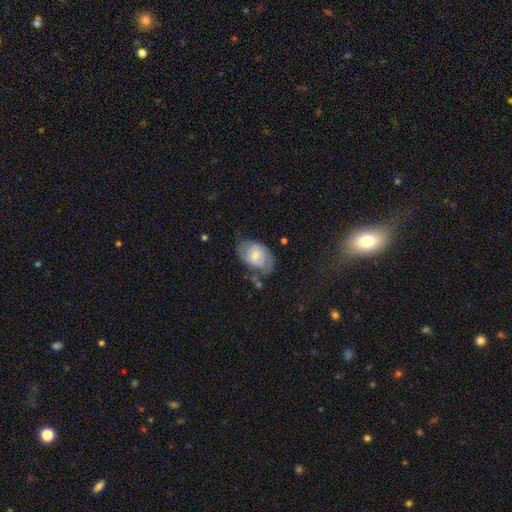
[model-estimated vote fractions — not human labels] Smooth or featured: smooth — 49% (featured or disk — 43%)
Merging: none — 55% (minor disturbance — 28%)